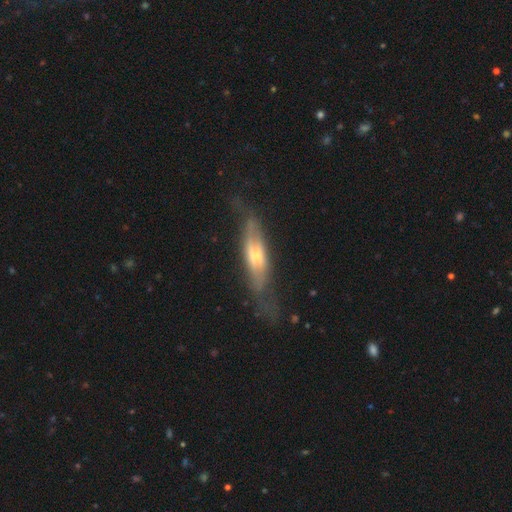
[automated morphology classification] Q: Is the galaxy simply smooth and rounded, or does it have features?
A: featured or disk — 69%.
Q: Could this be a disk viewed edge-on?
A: yes — 77%.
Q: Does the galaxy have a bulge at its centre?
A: rounded — 69%.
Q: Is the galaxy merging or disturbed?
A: none — 59%.